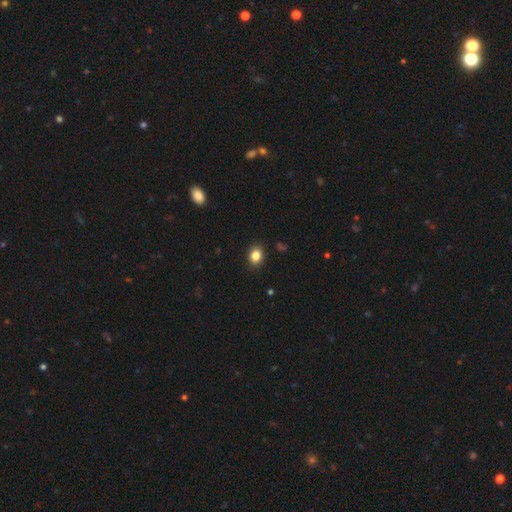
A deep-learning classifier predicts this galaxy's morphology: smooth 84%, star or artifact 10%, featured or disk 5%. Down the decision tree: how rounded — round (52%); merging — none (89%).